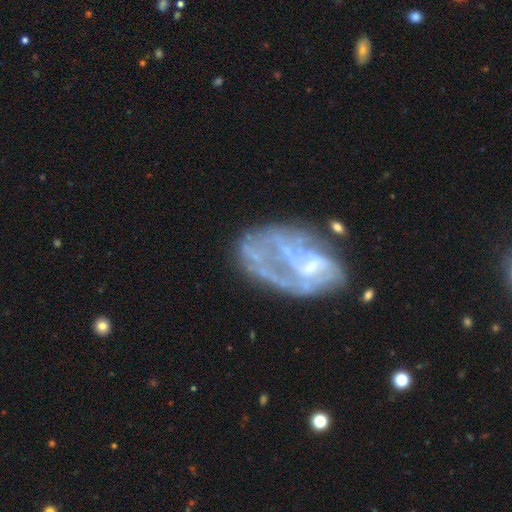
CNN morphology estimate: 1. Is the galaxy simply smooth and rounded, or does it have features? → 72% featured or disk, 18% smooth, 10% star or artifact.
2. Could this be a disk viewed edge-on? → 97% no, 3% yes.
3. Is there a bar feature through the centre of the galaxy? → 60% no, 32% weak, 9% strong.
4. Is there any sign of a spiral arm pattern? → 51% yes, 49% no.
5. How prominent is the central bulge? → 39% none (tied), 39% small (tied), 18% moderate, 2% large, 1% dominant.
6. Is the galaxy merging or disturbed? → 40% major disturbance, 29% none, 18% minor disturbance, 12% merger.